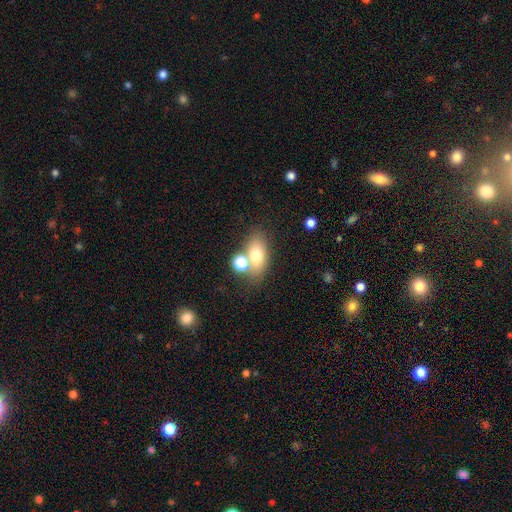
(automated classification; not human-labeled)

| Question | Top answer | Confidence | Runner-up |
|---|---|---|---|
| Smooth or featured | smooth | 70% | featured or disk (18%) |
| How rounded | in between | 77% | round (20%) |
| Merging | none | 54% | merger (28%) |